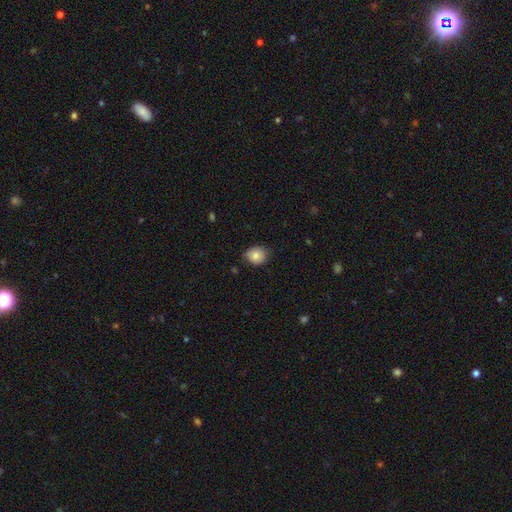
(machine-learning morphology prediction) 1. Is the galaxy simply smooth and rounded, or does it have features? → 83% smooth, 9% star or artifact, 8% featured or disk.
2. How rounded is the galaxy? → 70% round, 29% in between, 1% cigar-shaped.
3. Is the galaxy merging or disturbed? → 76% none, 20% minor disturbance, 3% major disturbance, 1% merger.